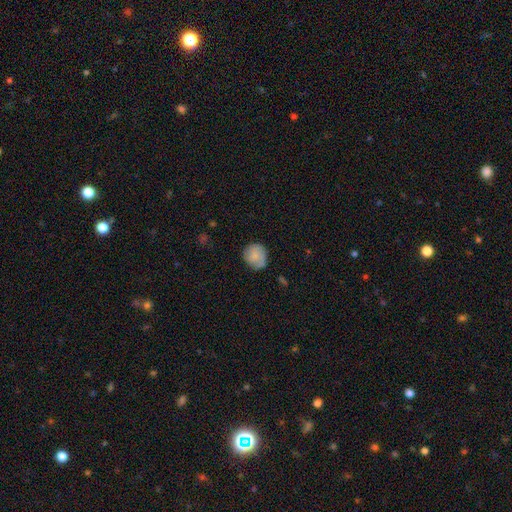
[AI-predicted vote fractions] Morphology: type=smooth (81%); roundness=round (81%); merging=none (66%).